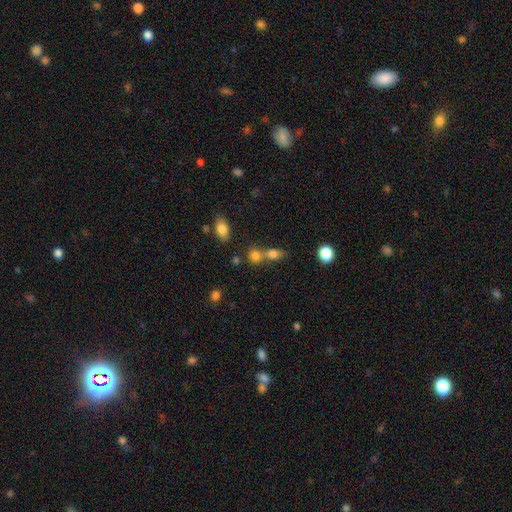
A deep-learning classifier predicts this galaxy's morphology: smooth 78%, star or artifact 13%, featured or disk 9%. Down the decision tree: how rounded — round (59%); merging — merger (47%).